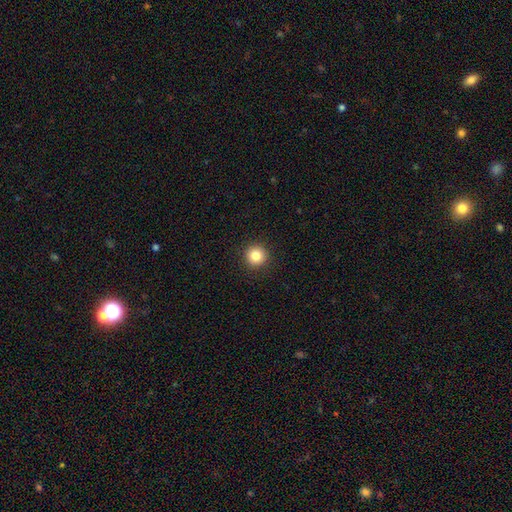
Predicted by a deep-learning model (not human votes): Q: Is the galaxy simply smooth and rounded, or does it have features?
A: smooth — 85%.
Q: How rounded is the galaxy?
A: round — 95%.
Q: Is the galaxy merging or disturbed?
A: none — 93%.